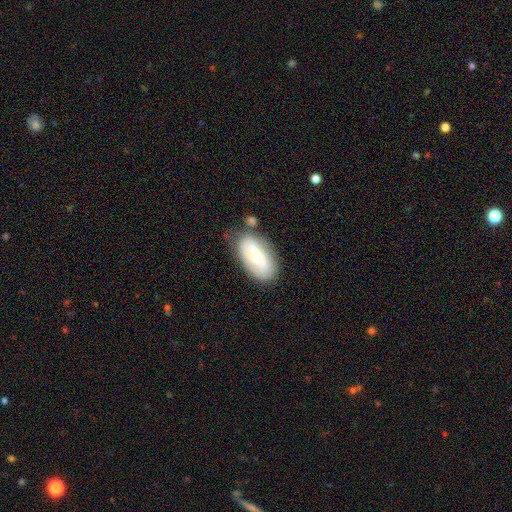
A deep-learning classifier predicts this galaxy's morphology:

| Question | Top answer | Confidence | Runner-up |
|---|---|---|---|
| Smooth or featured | smooth | 64% | featured or disk (29%) |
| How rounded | in between | 92% | cigar-shaped (5%) |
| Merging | none | 64% | minor disturbance (23%) |